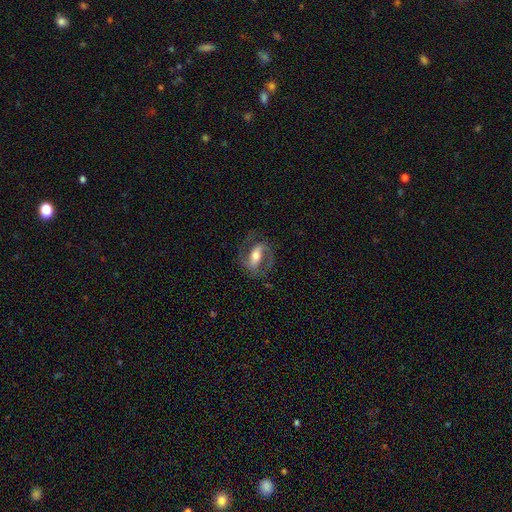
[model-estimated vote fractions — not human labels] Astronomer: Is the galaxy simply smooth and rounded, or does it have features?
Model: featured or disk — 77%.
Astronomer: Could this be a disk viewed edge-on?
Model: no — 94%.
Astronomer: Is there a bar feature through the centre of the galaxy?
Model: strong — 50% (runner-up: weak, 32%).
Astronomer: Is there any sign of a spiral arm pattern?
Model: yes — 91%.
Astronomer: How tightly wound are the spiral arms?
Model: medium — 54%.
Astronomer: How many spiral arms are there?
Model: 2 — 87%.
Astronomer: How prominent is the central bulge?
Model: moderate — 62%.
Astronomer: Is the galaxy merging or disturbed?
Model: none — 71%.